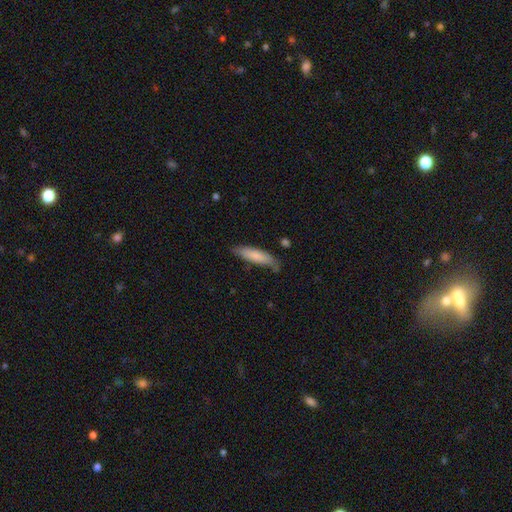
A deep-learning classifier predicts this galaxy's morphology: A smooth galaxy with no disk features (79%) that is cigar-shaped (72%).

Vote fractions:
- Smooth or featured? smooth: 79% / featured or disk: 16% / star or artifact: 6%
- How rounded? cigar-shaped: 72% / in between: 27% / round: 1%
- Merging? none: 71% / minor disturbance: 23% / major disturbance: 4% / merger: 2%